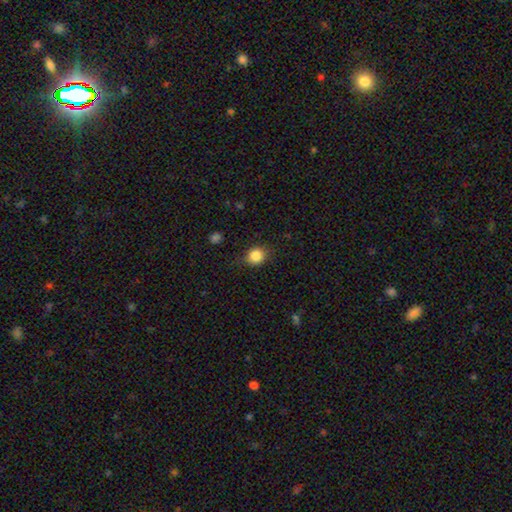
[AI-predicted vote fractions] Smooth or featured? Predicted: smooth (p=0.85). How rounded? Predicted: round (p=0.78). Merging? Predicted: none (p=0.80).